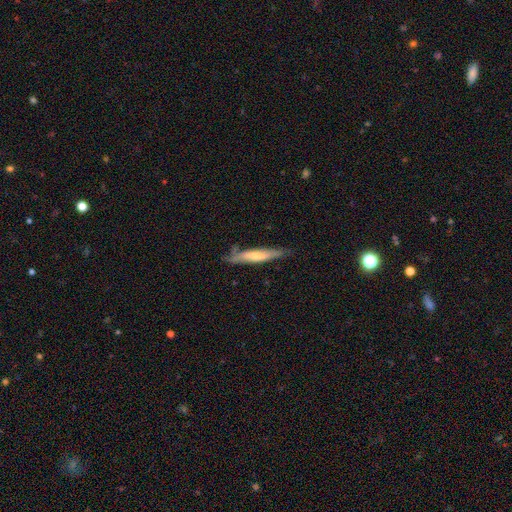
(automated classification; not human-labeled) This is possibly a smooth galaxy (52%). How rounded: clearly cigar-shaped (90%). Merging: likely none (71%).